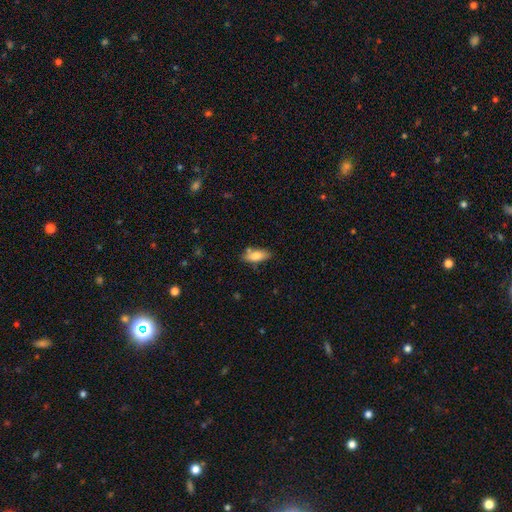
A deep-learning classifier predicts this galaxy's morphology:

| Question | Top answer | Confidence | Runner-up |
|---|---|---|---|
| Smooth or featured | smooth | 80% | featured or disk (14%) |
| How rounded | in between | 78% | cigar-shaped (19%) |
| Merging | none | 71% | minor disturbance (18%) |